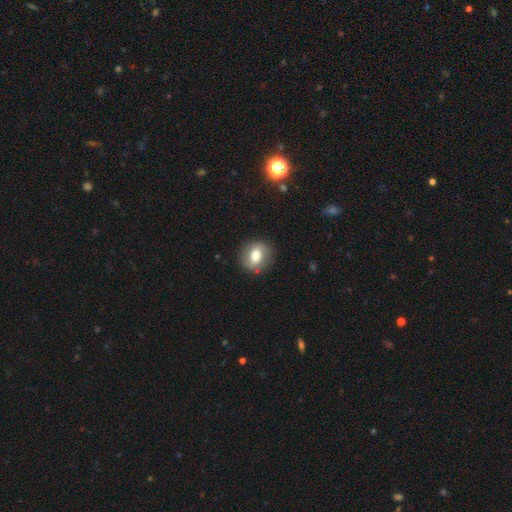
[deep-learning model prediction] Smooth or featured: smooth — 68% (featured or disk — 23%)
How rounded: round — 63% (in between — 35%)
Merging: none — 84% (minor disturbance — 11%)